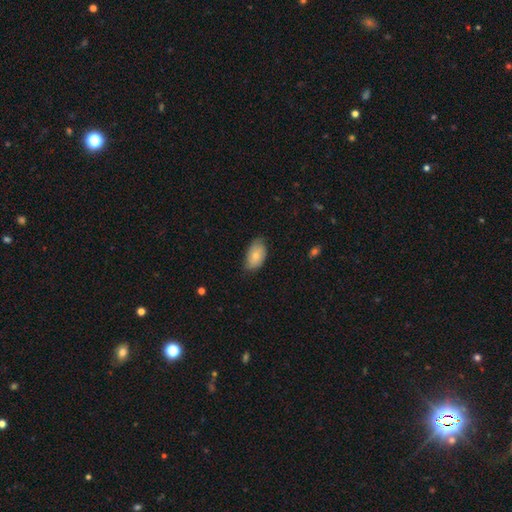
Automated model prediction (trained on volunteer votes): smooth-or-featured: smooth: 72% | featured or disk: 21% | star or artifact: 6%
  how-rounded: in between: 93% | round: 5% | cigar-shaped: 2%
  merging: none: 69% | minor disturbance: 26% | major disturbance: 4% | merger: 1%